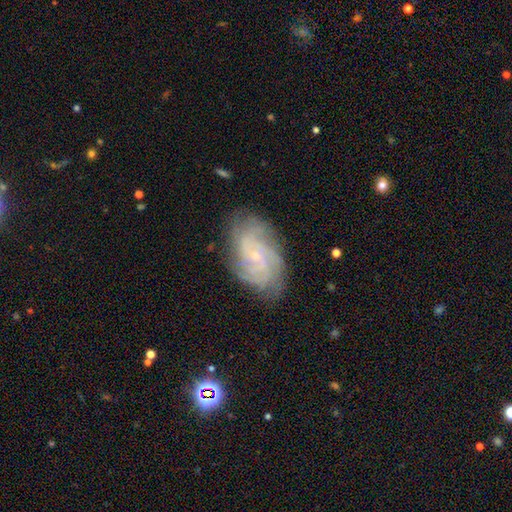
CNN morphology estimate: This appears to be a featured or disk galaxy (81%) with no bar (71%), tight (65%) spiral arms (96%) and a small central bulge (83%). Merging: none (79%).